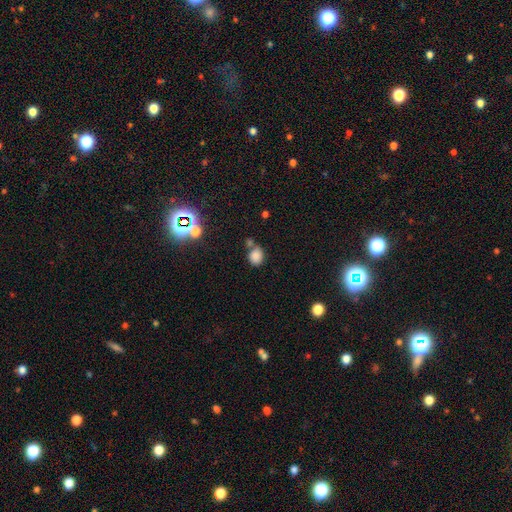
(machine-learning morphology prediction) smooth_or_featured: smooth (p=0.82) [alt: star or artifact p=0.13]
how_rounded: round (p=0.56) [alt: in between p=0.43]
merging: none (p=0.58) [alt: merger p=0.23]